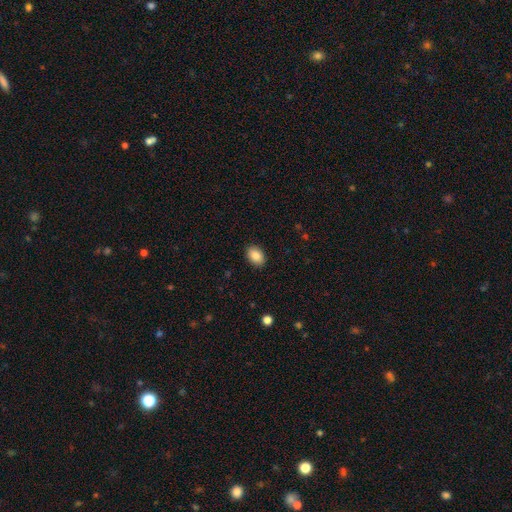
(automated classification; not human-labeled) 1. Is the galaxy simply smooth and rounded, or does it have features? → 88% smooth, 7% star or artifact, 5% featured or disk.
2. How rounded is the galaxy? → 85% in between, 14% round, 1% cigar-shaped.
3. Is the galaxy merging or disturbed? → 89% none, 8% minor disturbance, 2% major disturbance, 1% merger.